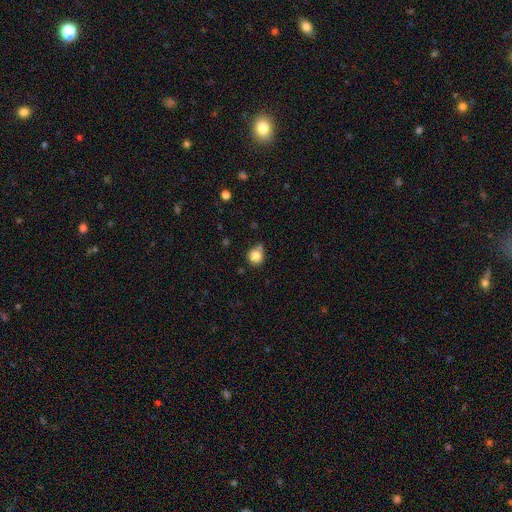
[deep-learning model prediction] Smooth or featured? smooth (84%)
How rounded? round (89%)
Merging? none (64%)